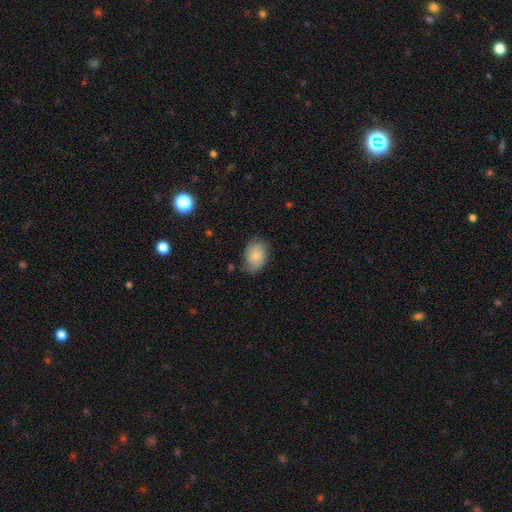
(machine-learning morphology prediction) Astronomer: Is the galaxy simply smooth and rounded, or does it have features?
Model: smooth — 63%.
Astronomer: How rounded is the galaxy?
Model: in between — 79%.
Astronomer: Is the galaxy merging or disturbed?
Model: none — 66%.